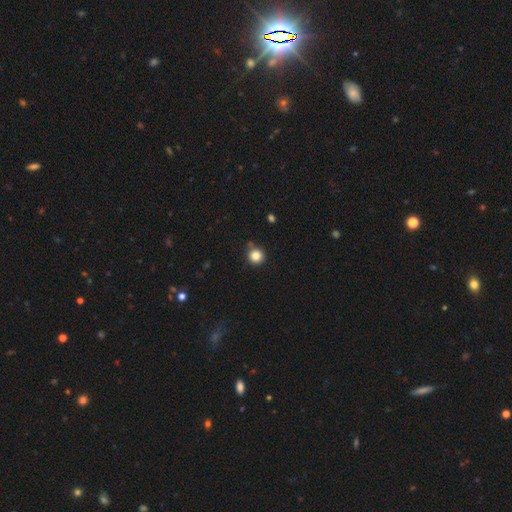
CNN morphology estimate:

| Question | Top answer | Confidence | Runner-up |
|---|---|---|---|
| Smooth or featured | smooth | 83% | star or artifact (12%) |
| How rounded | round | 94% | in between (5%) |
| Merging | none | 81% | minor disturbance (11%) |